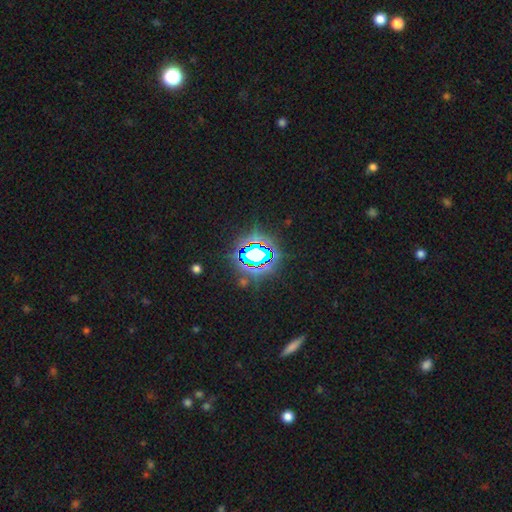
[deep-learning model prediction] Smooth or featured?
  - star or artifact: 73% *
  - smooth: 15%
  - featured or disk: 12%